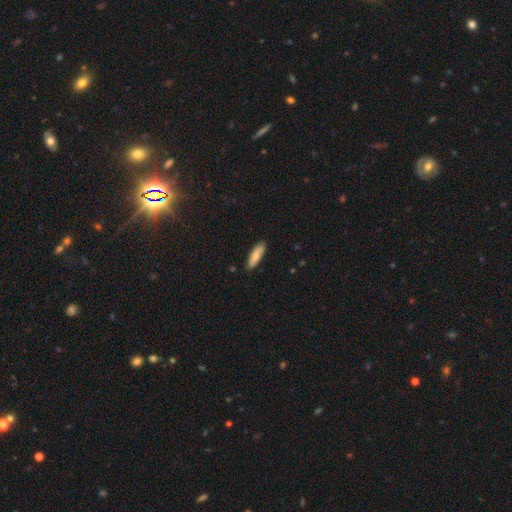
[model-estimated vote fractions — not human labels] smooth_or_featured: smooth (p=0.82) [alt: featured or disk p=0.12]
how_rounded: cigar-shaped (p=0.60) [alt: in between p=0.39]
merging: none (p=0.86) [alt: minor disturbance p=0.11]